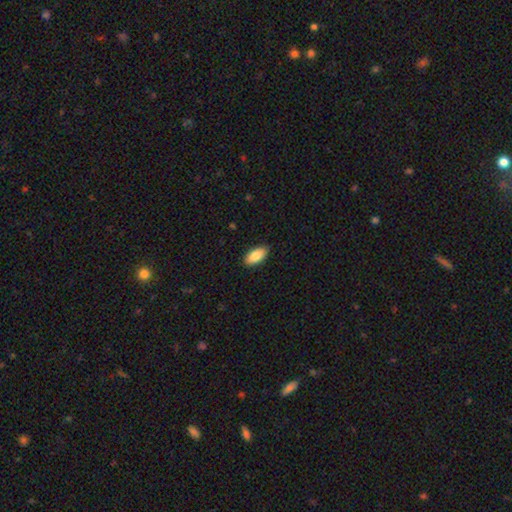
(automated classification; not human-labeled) Smooth or featured: smooth — 86% (featured or disk — 8%)
How rounded: in between — 91% (cigar-shaped — 6%)
Merging: none — 88% (minor disturbance — 9%)